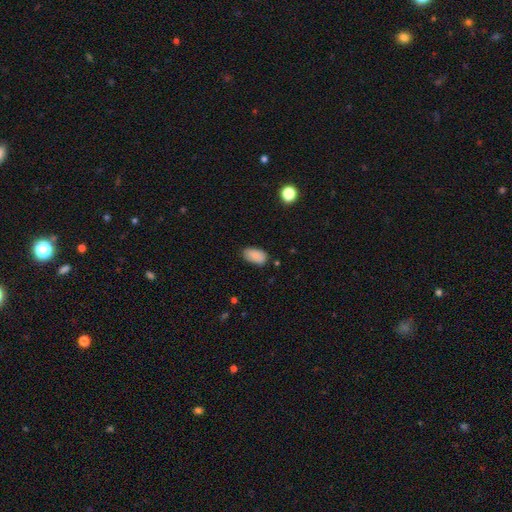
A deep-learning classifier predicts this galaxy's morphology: A smooth galaxy with no disk features (87%) that is in between round and cigar-shaped (94%). Merging: none (77%).